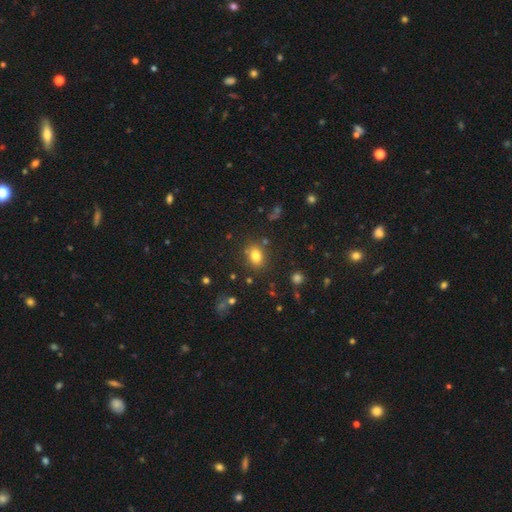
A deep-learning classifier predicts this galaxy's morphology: Smooth or featured: smooth — 80% (star or artifact — 12%)
How rounded: in between — 61% (round — 37%)
Merging: none — 79% (minor disturbance — 12%)